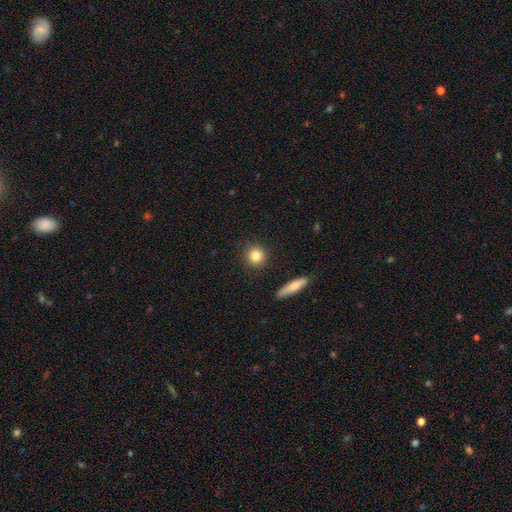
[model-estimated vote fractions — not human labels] This appears to be a smooth galaxy with no disk features (83%) that is round (89%). Merging: none (89%).